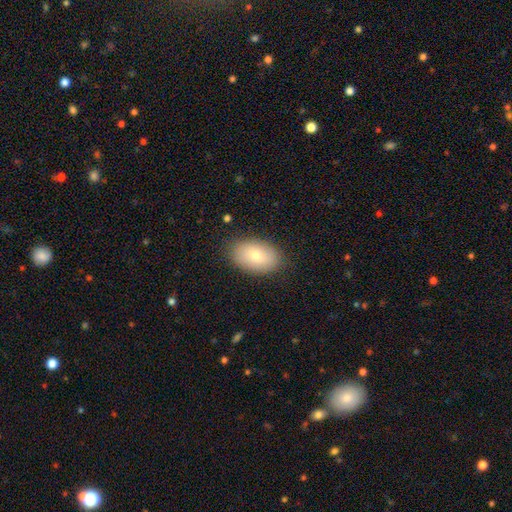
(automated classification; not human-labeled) Smooth or featured?
  - smooth: 75% *
  - featured or disk: 18%
  - star or artifact: 8%
How rounded?
  - in between: 89% *
  - round: 10%
  - cigar-shaped: 1%
Merging?
  - none: 85% *
  - minor disturbance: 11%
  - major disturbance: 3%
  - merger: 1%